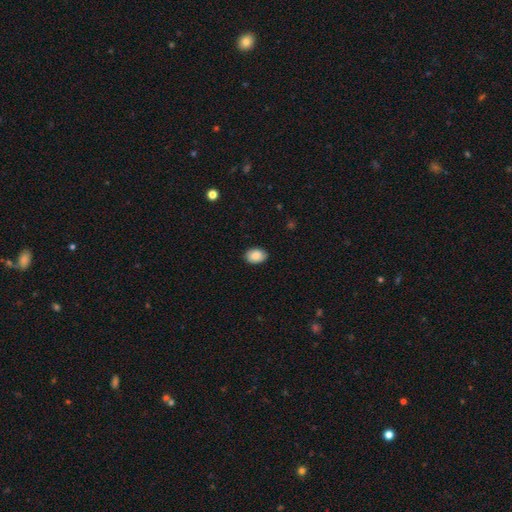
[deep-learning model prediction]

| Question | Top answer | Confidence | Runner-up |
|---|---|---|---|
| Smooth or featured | smooth | 86% | featured or disk (7%) |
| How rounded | in between | 80% | round (19%) |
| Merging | none | 86% | minor disturbance (11%) |